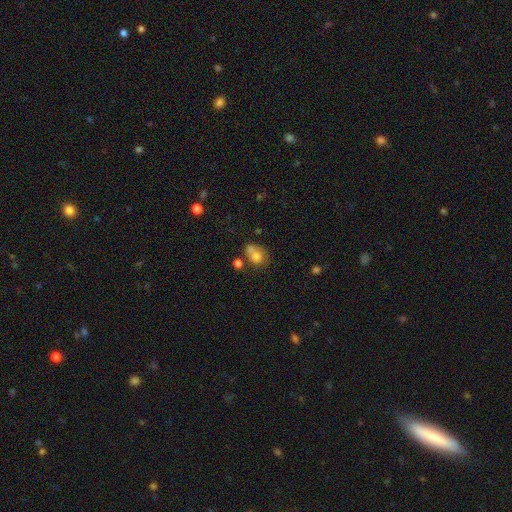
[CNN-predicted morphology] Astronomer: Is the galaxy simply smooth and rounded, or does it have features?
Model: smooth — 72%.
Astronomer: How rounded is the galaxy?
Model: round — 60% (runner-up: in between, 39%).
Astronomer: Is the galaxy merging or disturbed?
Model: none — 38% (runner-up: merger, 36%).